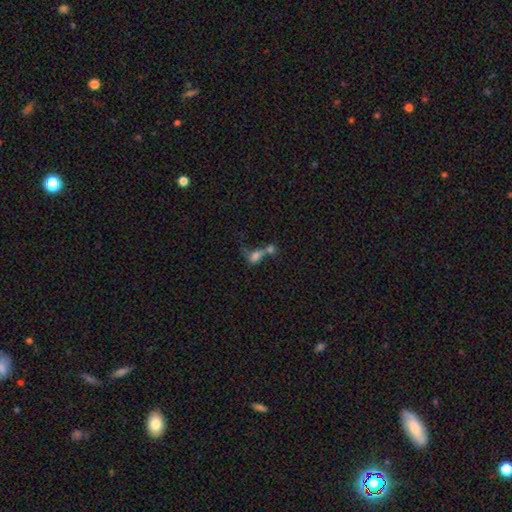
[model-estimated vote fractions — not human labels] Smooth or featured?
  - smooth: 66% *
  - featured or disk: 20%
  - star or artifact: 14%
How rounded?
  - in between: 71% *
  - round: 21%
  - cigar-shaped: 9%
Merging?
  - merger: 69% *
  - none: 13%
  - major disturbance: 12%
  - minor disturbance: 6%